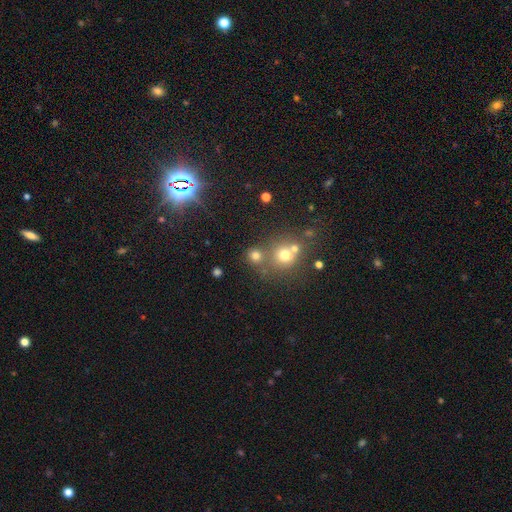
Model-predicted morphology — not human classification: This appears to be a smooth galaxy with no disk features (72%) that is round (84%). Merging: none (59%).